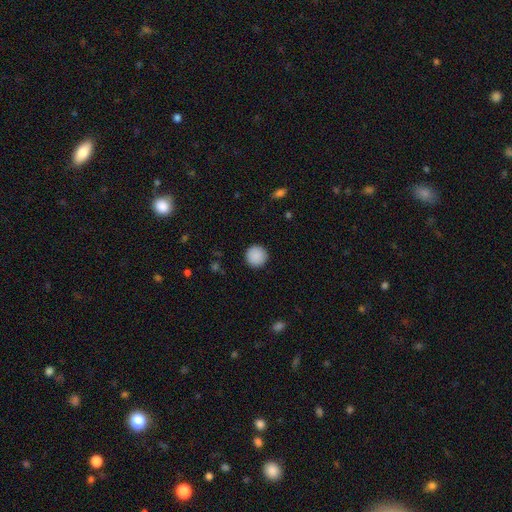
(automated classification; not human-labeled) Smooth or featured? Predicted: smooth (p=0.90). How rounded? Predicted: round (p=0.96). Merging? Predicted: none (p=0.92).